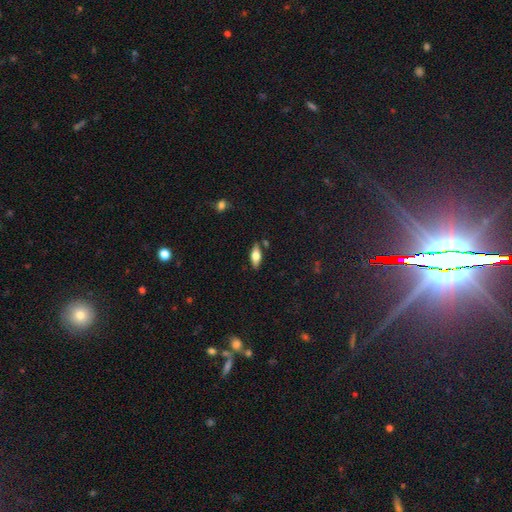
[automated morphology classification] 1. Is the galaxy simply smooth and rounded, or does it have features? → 54% smooth, 39% featured or disk, 7% star or artifact.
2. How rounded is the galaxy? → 68% in between, 29% cigar-shaped, 3% round.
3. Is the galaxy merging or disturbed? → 84% none, 11% minor disturbance, 3% merger, 3% major disturbance.